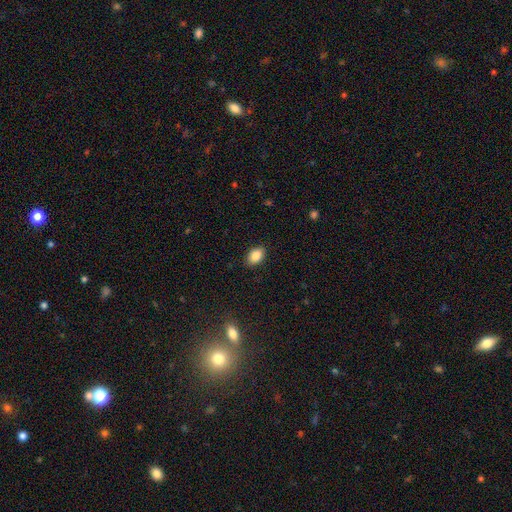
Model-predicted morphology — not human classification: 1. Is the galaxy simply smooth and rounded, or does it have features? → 86% smooth, 9% star or artifact, 6% featured or disk.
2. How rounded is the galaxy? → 84% in between, 15% round, 1% cigar-shaped.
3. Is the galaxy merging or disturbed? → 88% none, 9% minor disturbance, 2% major disturbance, 1% merger.